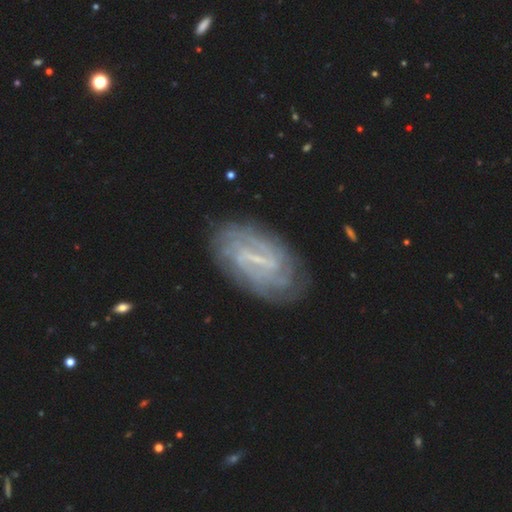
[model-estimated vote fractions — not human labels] Q: Smooth or featured?
A: featured or disk (74%); runner-up: smooth (15%)
Q: Edge-on disk?
A: no (93%); runner-up: yes (7%)
Q: Bar?
A: strong (45%); runner-up: weak (41%)
Q: Spiral arms?
A: yes (86%); runner-up: no (14%)
Q: Spiral winding?
A: tight (61%); runner-up: medium (27%)
Q: Spiral arm count?
A: can't tell (49%); runner-up: 2 (23%)
Q: Bulge size?
A: small (50%); runner-up: none (31%)
Q: Merging?
A: none (80%); runner-up: minor disturbance (13%)